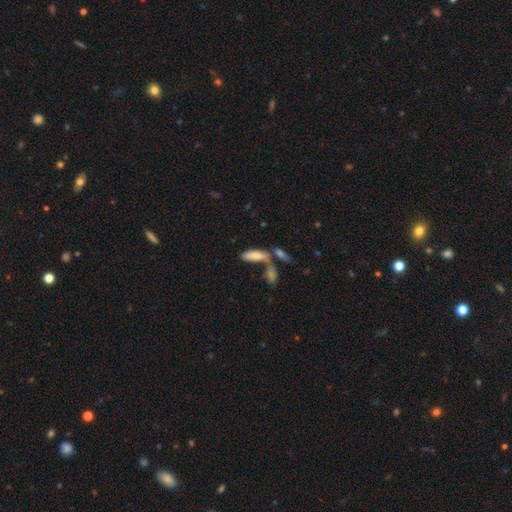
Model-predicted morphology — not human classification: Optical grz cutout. It shows a smooth galaxy with no disk features (76%) that is in between round and cigar-shaped (60%). Merging: merger (43%).